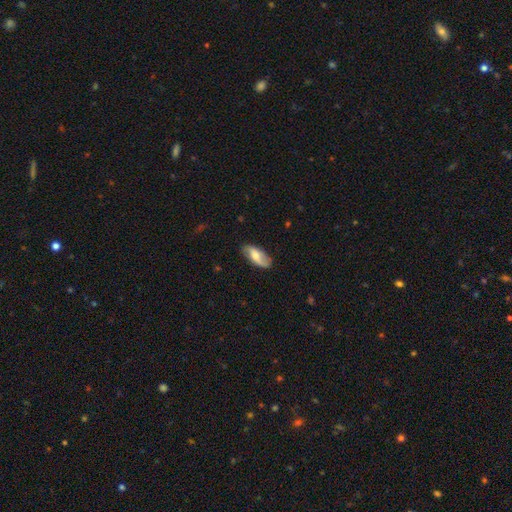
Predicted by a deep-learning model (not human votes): Smooth or featured? smooth (52%)
How rounded? in between (85%)
Merging? none (79%)